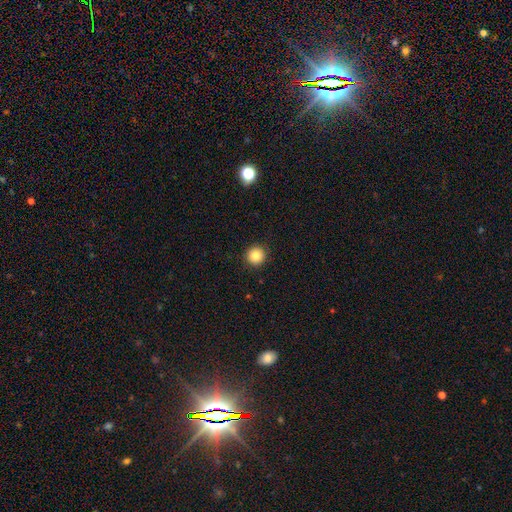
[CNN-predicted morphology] smooth_or_featured: smooth (p=0.85) [alt: star or artifact p=0.10]
how_rounded: round (p=0.94) [alt: in between p=0.05]
merging: none (p=0.91) [alt: minor disturbance p=0.06]